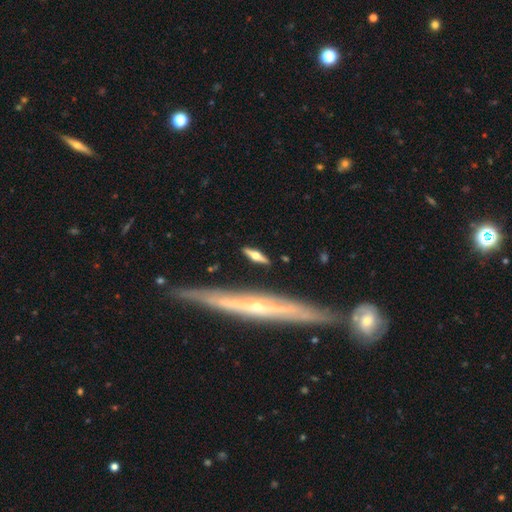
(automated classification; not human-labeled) A featured or disk galaxy (55%) viewed edge-on (90%). Merging: none (84%).